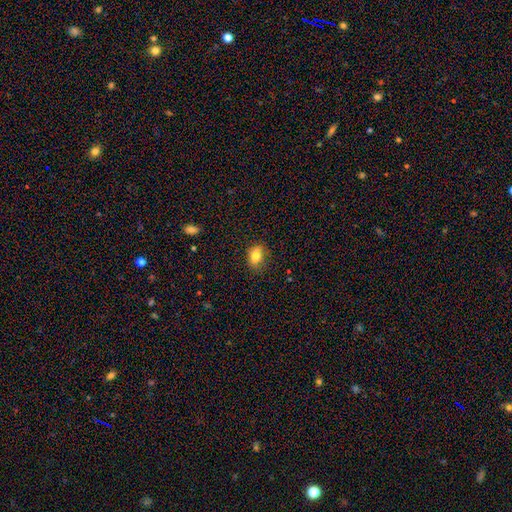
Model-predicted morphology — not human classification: Overall: smooth (79%). How rounded: in between (78%). Merging: none (79%).